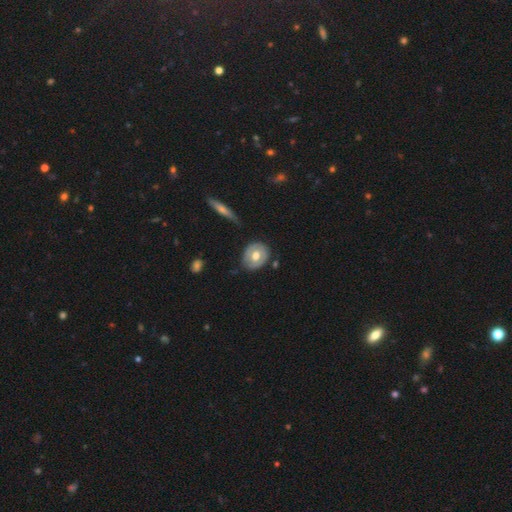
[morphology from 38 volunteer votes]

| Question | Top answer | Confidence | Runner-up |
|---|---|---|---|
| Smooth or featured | featured or disk | 50% | smooth (47%) |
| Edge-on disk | no | 95% | yes (5%) |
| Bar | no | 89% | weak (11%) |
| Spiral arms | no | 89% | yes (11%) |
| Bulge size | moderate | 72% | large (22%) |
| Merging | none | 84% | minor disturbance (14%) |